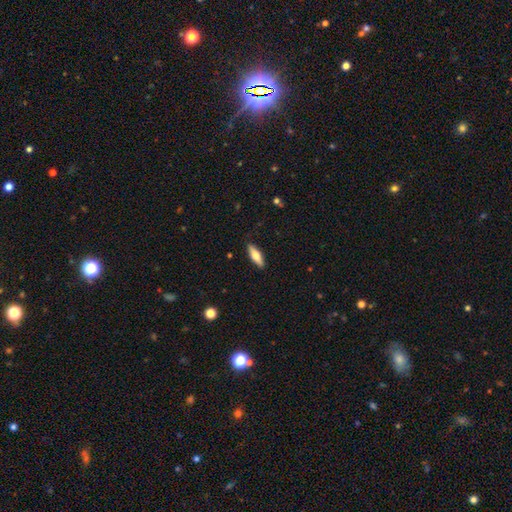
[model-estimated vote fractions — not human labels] A smooth galaxy with no disk features (58%) that is cigar-shaped (52%). Merging: none (89%).